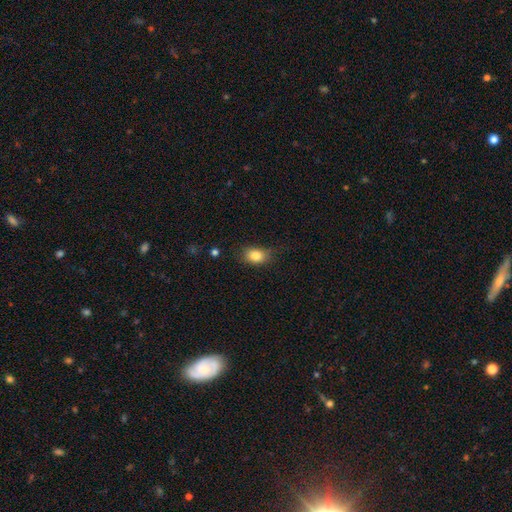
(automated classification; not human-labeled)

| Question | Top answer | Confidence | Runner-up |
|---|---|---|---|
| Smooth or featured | smooth | 83% | star or artifact (9%) |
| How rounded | in between | 70% | round (29%) |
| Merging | none | 70% | minor disturbance (23%) |